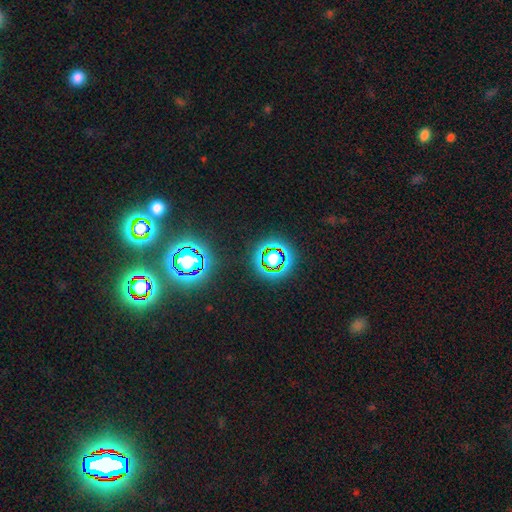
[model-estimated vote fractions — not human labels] Smooth or featured: star or artifact — 79% (smooth — 13%)